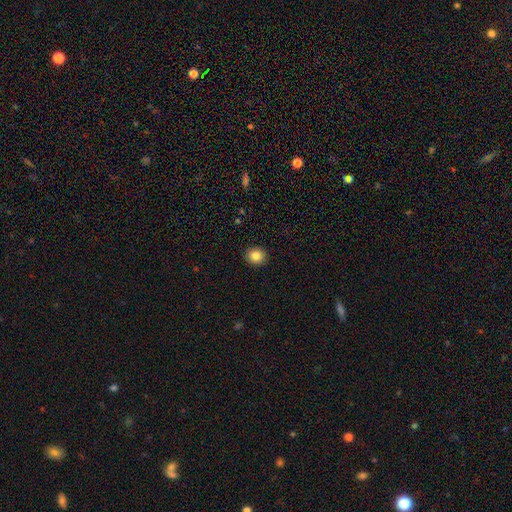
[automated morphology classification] type=smooth (85%); roundness=round (76%); merging=none (92%).